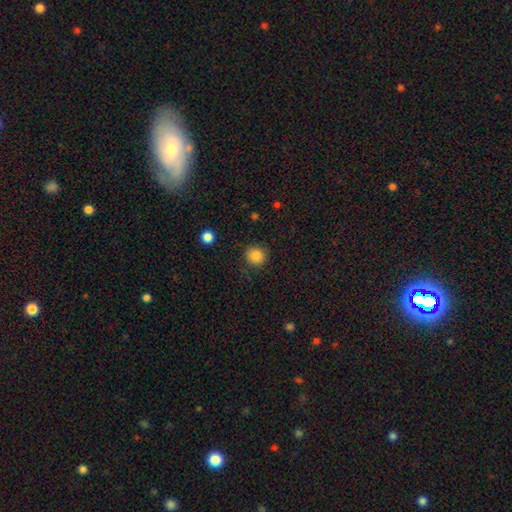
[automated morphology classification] Smooth or featured?
  - smooth: 85% *
  - star or artifact: 11%
  - featured or disk: 4%
How rounded?
  - round: 91% *
  - in between: 8%
  - cigar-shaped: 1%
Merging?
  - none: 86% *
  - minor disturbance: 9%
  - major disturbance: 3%
  - merger: 1%